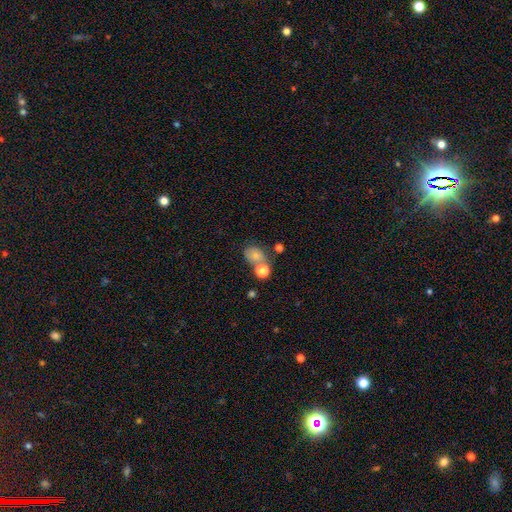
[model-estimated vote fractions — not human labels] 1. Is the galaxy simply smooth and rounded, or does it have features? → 72% smooth, 15% featured or disk, 13% star or artifact.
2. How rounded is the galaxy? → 56% in between, 43% round, 1% cigar-shaped.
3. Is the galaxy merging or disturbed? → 44% none, 30% merger, 17% minor disturbance, 9% major disturbance.